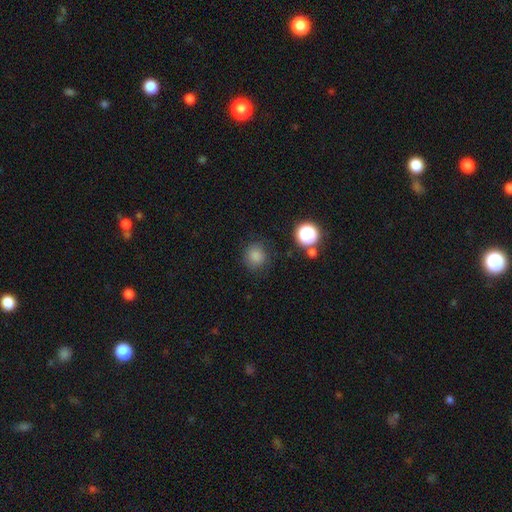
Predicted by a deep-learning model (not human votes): Smooth or featured: smooth — 81% (star or artifact — 14%)
How rounded: round — 90% (in between — 9%)
Merging: none — 83% (minor disturbance — 11%)